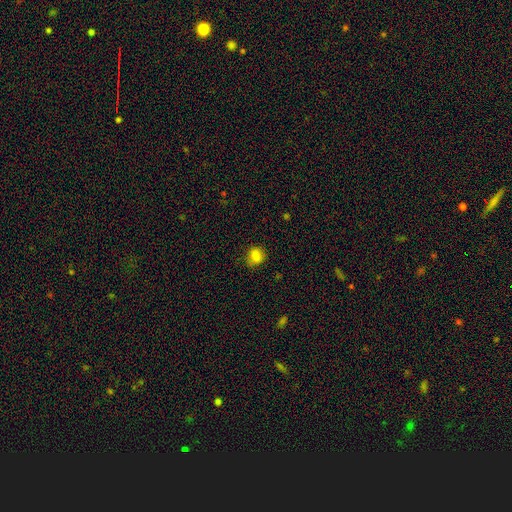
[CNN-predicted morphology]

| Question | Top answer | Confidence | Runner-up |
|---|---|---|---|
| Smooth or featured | smooth | 83% | star or artifact (11%) |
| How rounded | round | 63% | in between (36%) |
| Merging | none | 78% | minor disturbance (16%) |